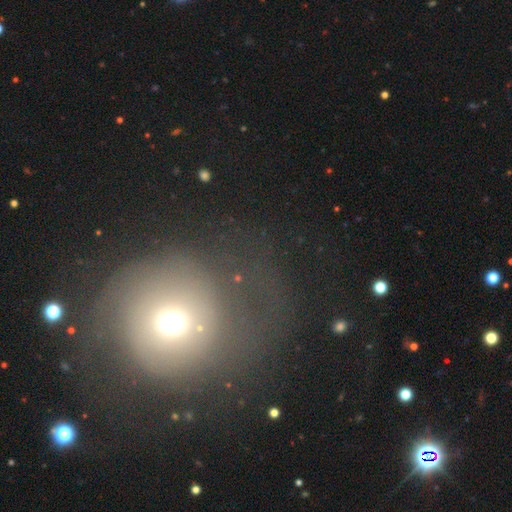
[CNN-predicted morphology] This appears to be a smooth galaxy with no disk features (50%). Merging: none (60%).